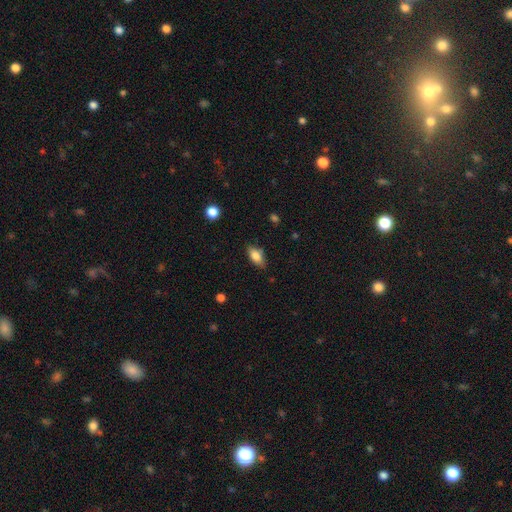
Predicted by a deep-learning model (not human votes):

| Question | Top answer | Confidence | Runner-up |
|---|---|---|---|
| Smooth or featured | smooth | 81% | featured or disk (12%) |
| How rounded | in between | 86% | cigar-shaped (10%) |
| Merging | none | 79% | minor disturbance (16%) |